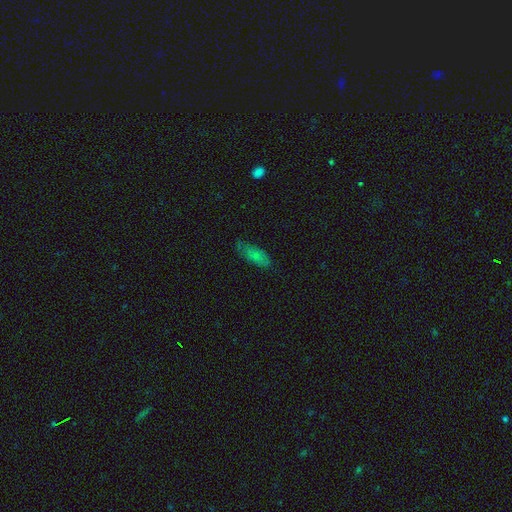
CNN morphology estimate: Smooth or featured? smooth (69%)
How rounded? in between (73%)
Merging? none (68%)